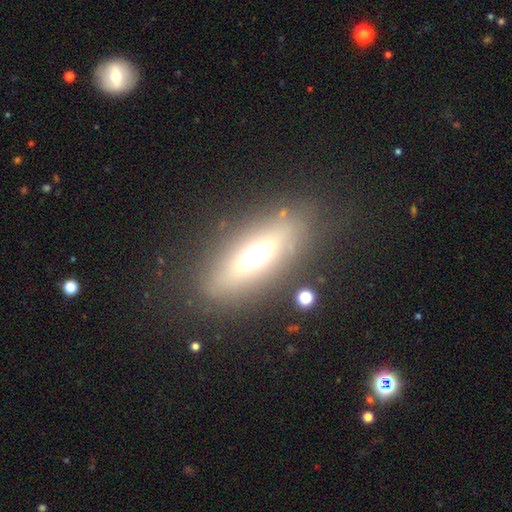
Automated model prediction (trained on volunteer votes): Smooth or featured: smooth — 46% (featured or disk — 41%)
Merging: none — 80% (minor disturbance — 11%)